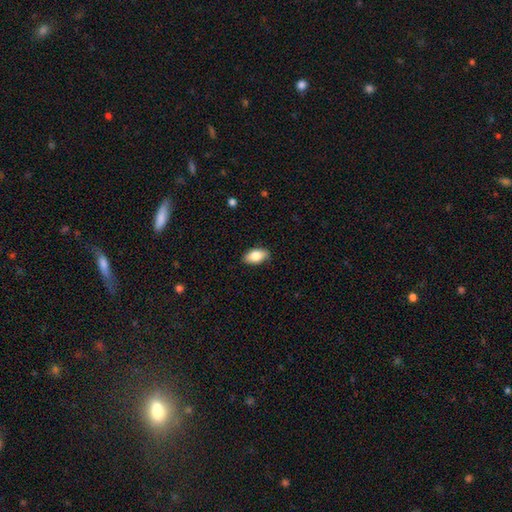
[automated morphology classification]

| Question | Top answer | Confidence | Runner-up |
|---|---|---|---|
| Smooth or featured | smooth | 81% | featured or disk (12%) |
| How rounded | in between | 92% | round (5%) |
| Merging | none | 85% | minor disturbance (12%) |